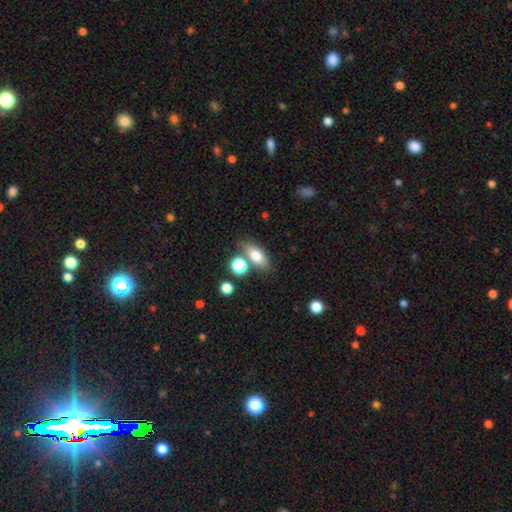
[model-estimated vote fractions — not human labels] Q: Smooth or featured?
A: smooth (76%); runner-up: featured or disk (14%)
Q: How rounded?
A: in between (80%); runner-up: round (10%)
Q: Merging?
A: none (68%); runner-up: merger (16%)